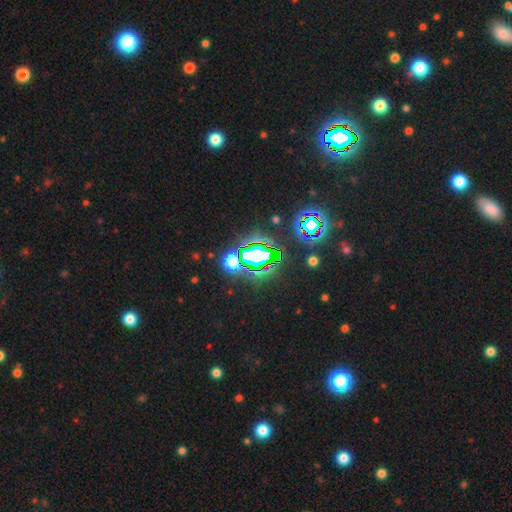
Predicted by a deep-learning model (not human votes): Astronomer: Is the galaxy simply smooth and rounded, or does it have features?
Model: star or artifact — 69%.